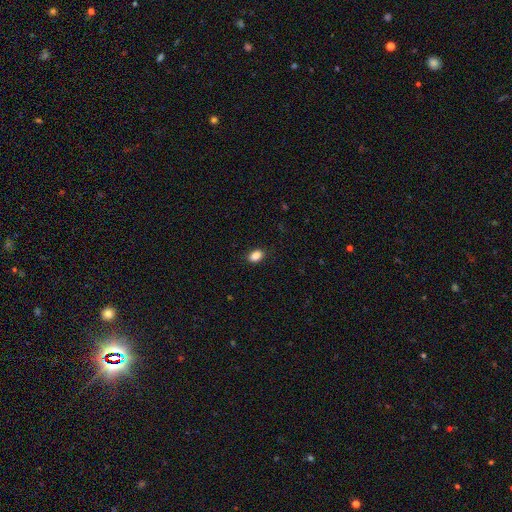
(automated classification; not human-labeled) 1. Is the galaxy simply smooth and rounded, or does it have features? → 88% smooth, 9% star or artifact, 3% featured or disk.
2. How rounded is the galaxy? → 83% in between, 16% round, 1% cigar-shaped.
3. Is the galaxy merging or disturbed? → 89% none, 8% minor disturbance, 2% major disturbance, 1% merger.